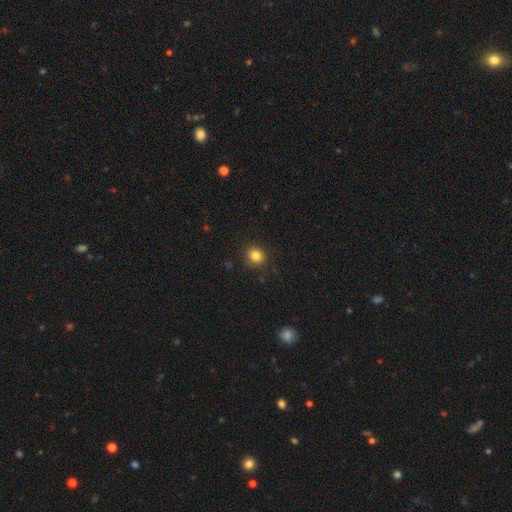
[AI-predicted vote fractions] Morphology: type=smooth (83%); roundness=round (86%); merging=none (90%).